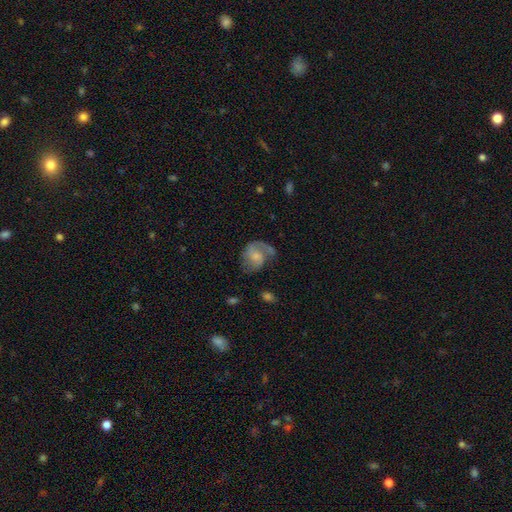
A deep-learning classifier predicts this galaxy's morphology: Smooth or featured?
  - featured or disk: 66% *
  - smooth: 27%
  - star or artifact: 7%
Edge-on disk?
  - no: 98% *
  - yes: 2%
Bar?
  - no: 59% *
  - weak: 35%
  - strong: 6%
Spiral arms?
  - yes: 88% *
  - no: 12%
Spiral winding?
  - medium: 44% *
  - loose: 37%
  - tight: 20%
Spiral arm count?
  - 2: 55% *
  - 1: 32%
  - can't tell: 9%
  - 3: 2%
  - 4: 1%
  - more than 4: 1%
Bulge size?
  - small: 52% *
  - moderate: 28%
  - none: 14%
  - large: 4%
  - dominant: 1%
Merging?
  - none: 44% *
  - major disturbance: 28%
  - minor disturbance: 24%
  - merger: 4%